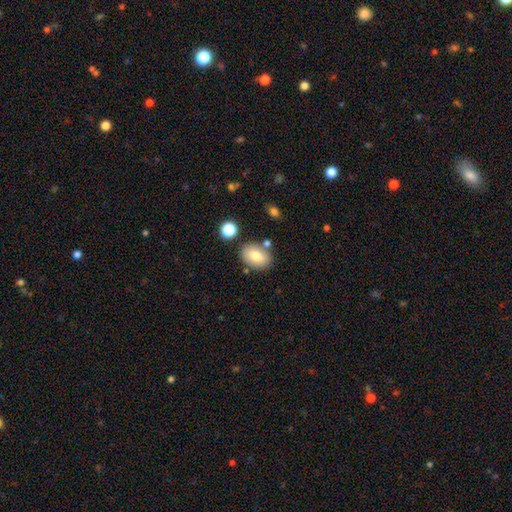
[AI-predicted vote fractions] Smooth or featured: smooth — 78% (featured or disk — 14%)
How rounded: in between — 79% (round — 20%)
Merging: none — 76% (minor disturbance — 12%)